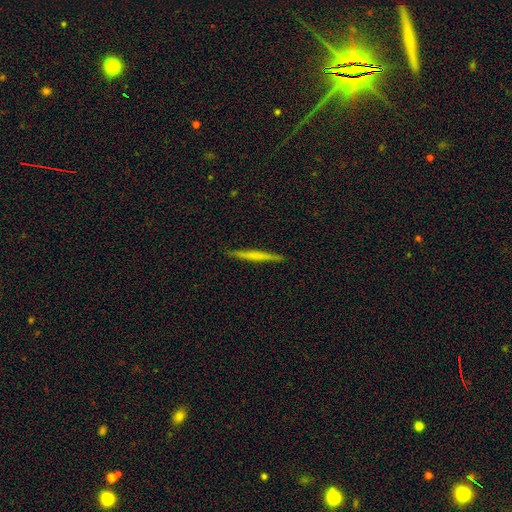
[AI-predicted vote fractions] smooth_or_featured: smooth (p=0.51) [alt: featured or disk p=0.43]
how_rounded: cigar-shaped (p=0.96) [alt: in between p=0.02]
merging: none (p=0.91) [alt: minor disturbance p=0.06]